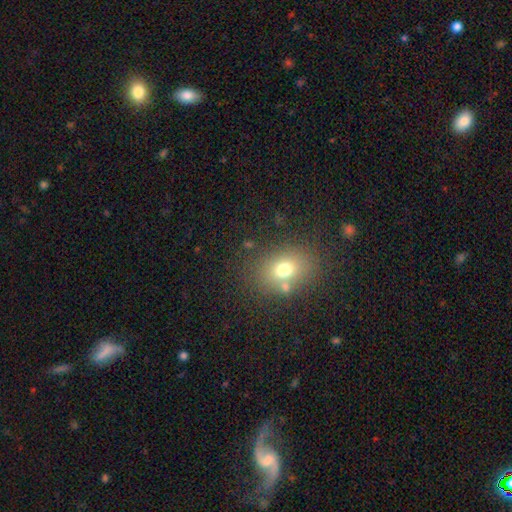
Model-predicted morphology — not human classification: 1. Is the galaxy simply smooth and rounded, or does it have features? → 59% smooth, 25% star or artifact, 17% featured or disk.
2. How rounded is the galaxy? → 54% round, 45% in between, 2% cigar-shaped.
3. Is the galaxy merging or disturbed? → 82% none, 10% minor disturbance, 5% merger, 4% major disturbance.